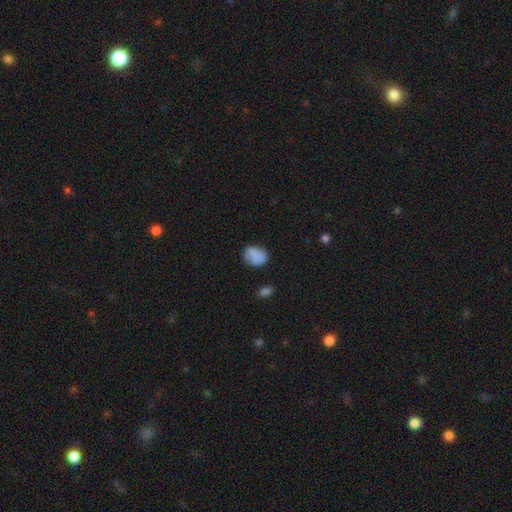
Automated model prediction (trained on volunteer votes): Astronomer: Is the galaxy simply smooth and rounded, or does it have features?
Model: smooth — 80%.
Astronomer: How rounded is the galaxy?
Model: in between — 57% (runner-up: round, 42%).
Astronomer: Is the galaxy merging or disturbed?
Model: none — 63%.